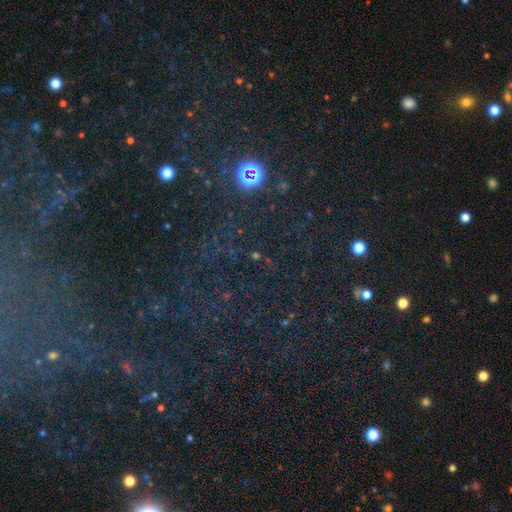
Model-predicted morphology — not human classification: Smooth or featured? Predicted: star or artifact (p=0.79).